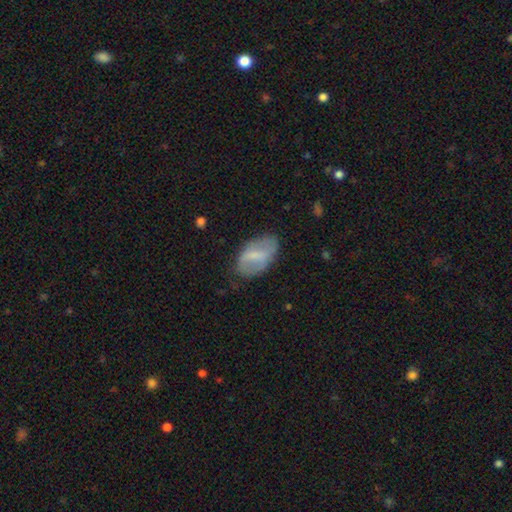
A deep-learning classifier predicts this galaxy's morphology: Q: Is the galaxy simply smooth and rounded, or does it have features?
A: smooth — 50%.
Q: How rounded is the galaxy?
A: in between — 92%.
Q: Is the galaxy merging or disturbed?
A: none — 70%.